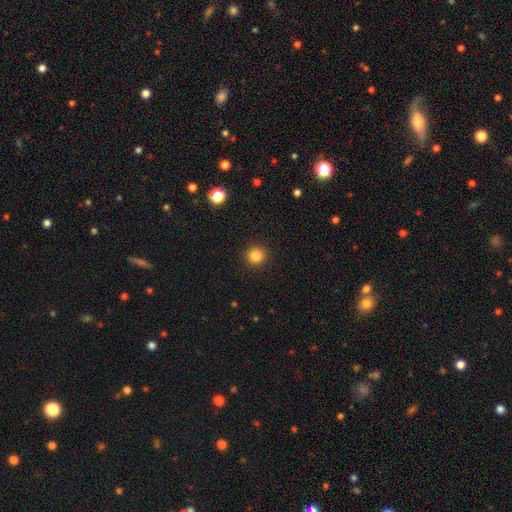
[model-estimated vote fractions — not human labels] Q: Smooth or featured?
A: smooth (84%); runner-up: star or artifact (11%)
Q: How rounded?
A: round (95%); runner-up: in between (4%)
Q: Merging?
A: none (92%); runner-up: minor disturbance (5%)